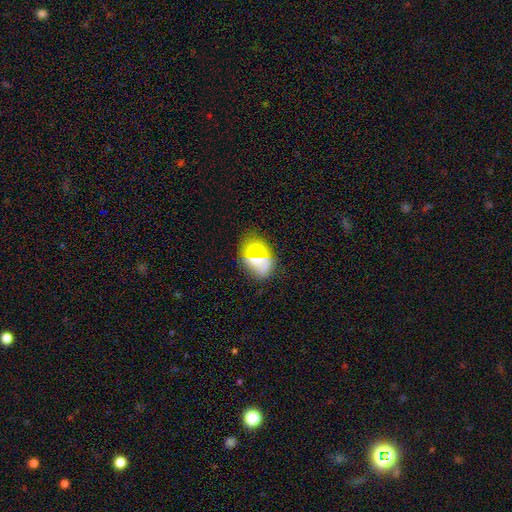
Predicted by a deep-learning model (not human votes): Smooth or featured? smooth (65%)
How rounded? in between (71%)
Merging? none (76%)